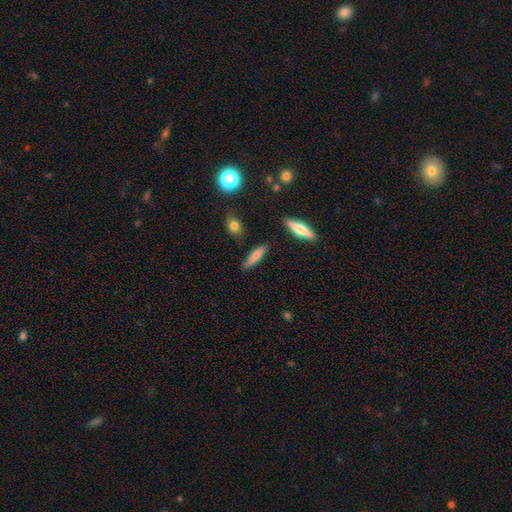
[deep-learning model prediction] The model was most divided on "how rounded": cigar-shaped: 70%, in between: 27%, round: 3%. More confident: merging — none (83%); smooth or featured — smooth (72%).